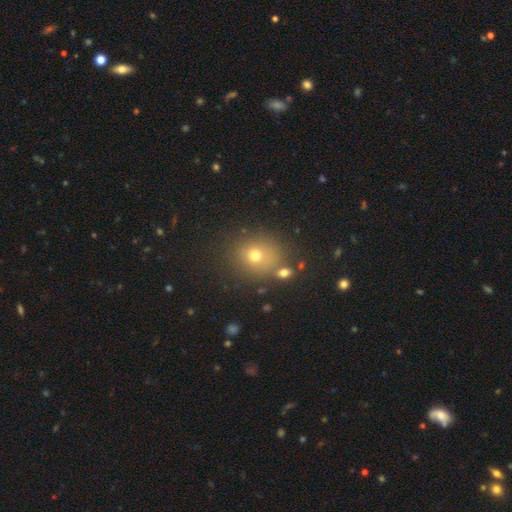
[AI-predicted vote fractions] A smooth galaxy with no disk features (70%) that is round (79%). Merging: none (76%).